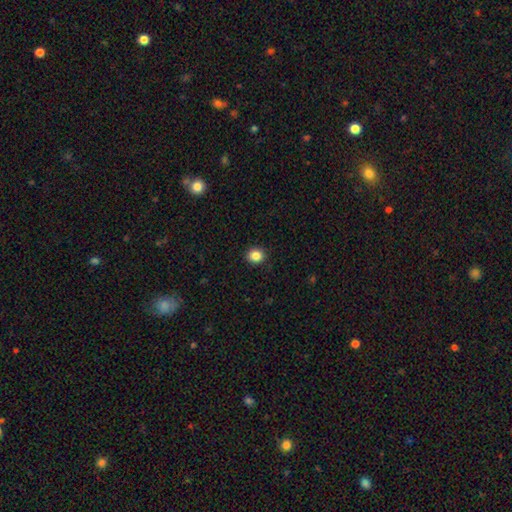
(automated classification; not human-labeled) smooth 86%, star or artifact 10%, featured or disk 4%. Down the decision tree: how rounded — round (80%); merging — none (91%).